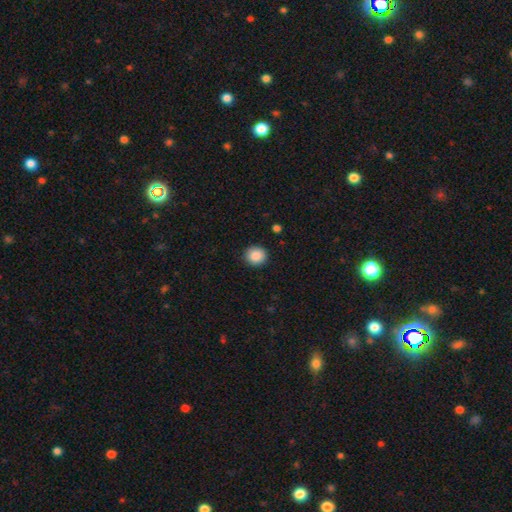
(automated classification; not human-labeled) This appears to be a smooth galaxy with no disk features (88%) that is round (86%). Merging: none (90%).